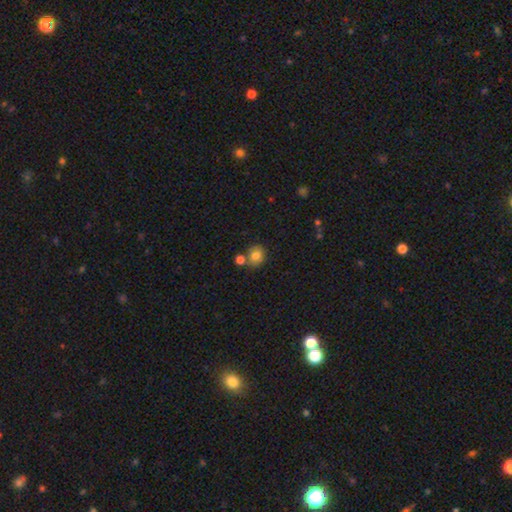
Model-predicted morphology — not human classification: Smooth or featured: smooth — 79% (star or artifact — 11%)
How rounded: round — 78% (in between — 21%)
Merging: none — 65% (merger — 20%)